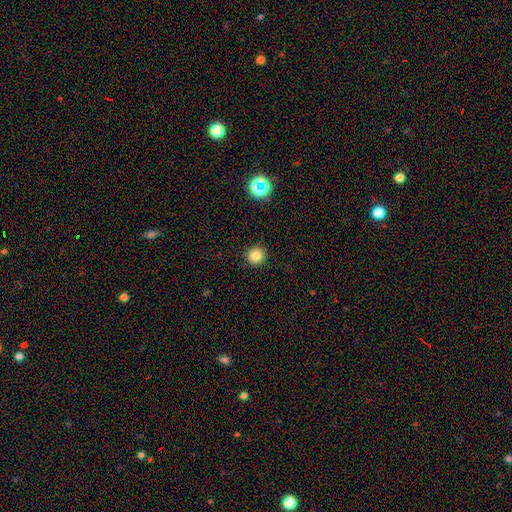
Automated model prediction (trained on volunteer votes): This is clearly a smooth galaxy (82%). How rounded: clearly round (94%). Merging: clearly none (91%).